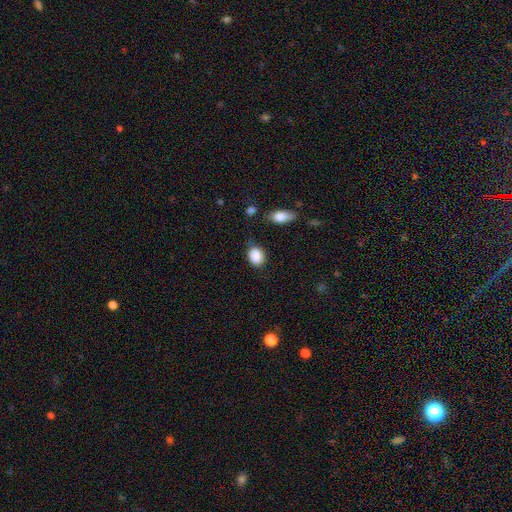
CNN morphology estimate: A smooth galaxy with no disk features (88%) that is in between round and cigar-shaped (60%).

Vote fractions:
- Smooth or featured? smooth: 88% / star or artifact: 8% / featured or disk: 4%
- How rounded? in between: 60% / round: 38% / cigar-shaped: 1%
- Merging? none: 70% / minor disturbance: 21% / major disturbance: 5% / merger: 4%